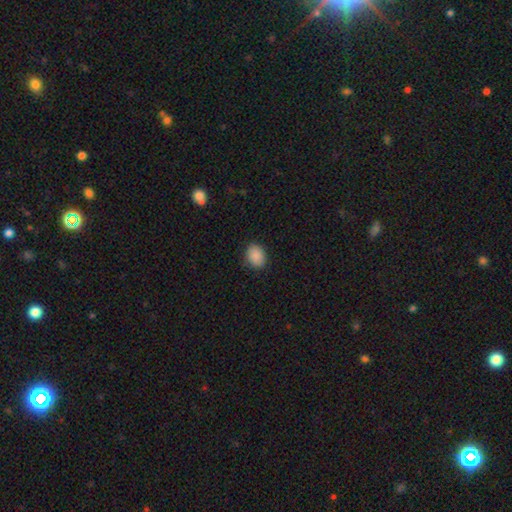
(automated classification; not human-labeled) Overall: smooth (89%). How rounded: in between (55%; round 44%). Merging: none (85%).